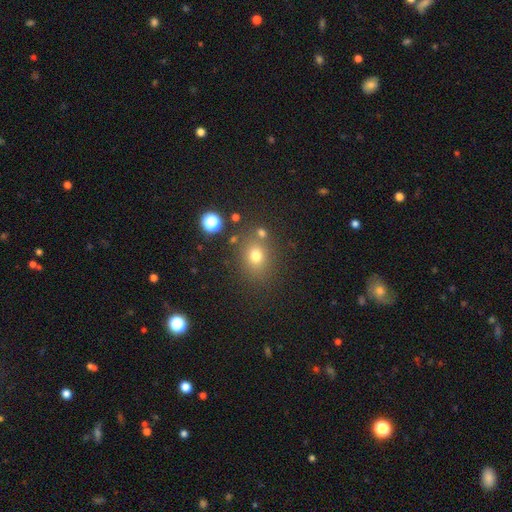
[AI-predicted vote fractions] smooth 73%, star or artifact 18%, featured or disk 9%. Down the decision tree: how rounded — round (62%); merging — none (75%).